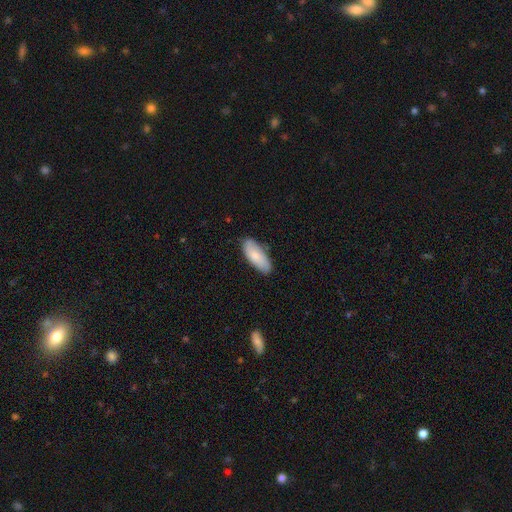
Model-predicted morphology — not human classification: smooth-or-featured: smooth: 79% | featured or disk: 16% | star or artifact: 5%
  how-rounded: in between: 79% | cigar-shaped: 19% | round: 2%
  merging: none: 78% | minor disturbance: 17% | major disturbance: 3% | merger: 2%